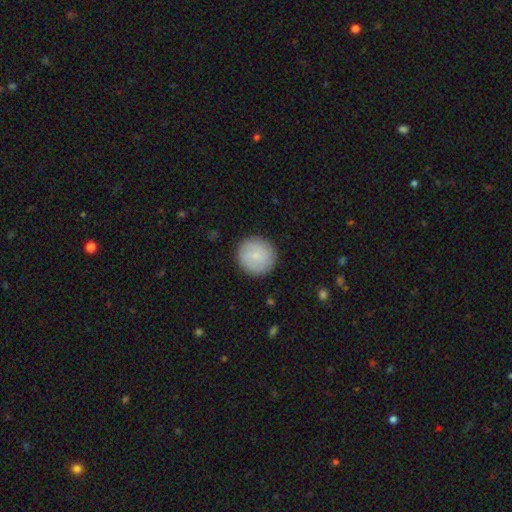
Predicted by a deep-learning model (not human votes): This is likely a smooth galaxy (80%). How rounded: clearly round (95%). Merging: clearly none (90%).